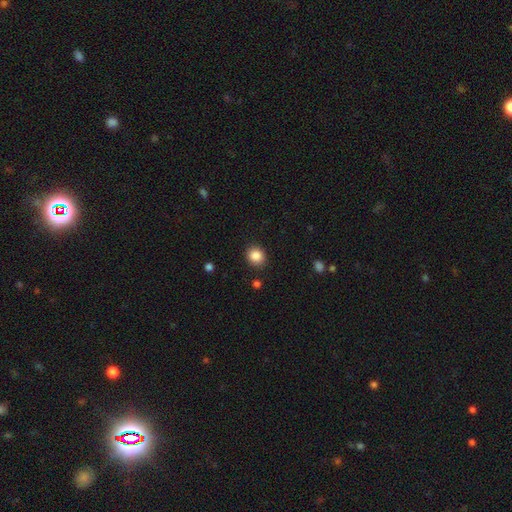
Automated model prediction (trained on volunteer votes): smooth_or_featured: smooth (p=0.86) [alt: star or artifact p=0.10]
how_rounded: round (p=0.78) [alt: in between p=0.21]
merging: none (p=0.88) [alt: minor disturbance p=0.08]